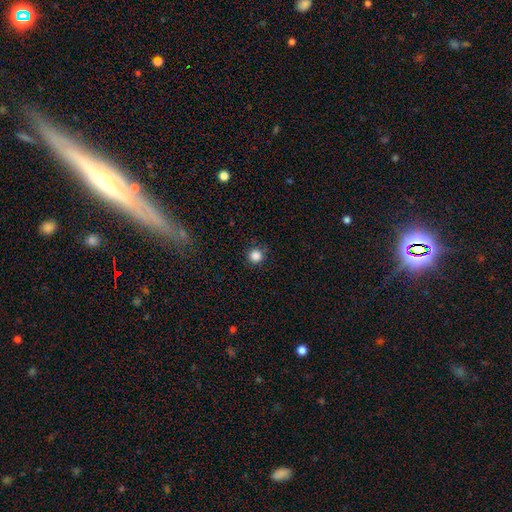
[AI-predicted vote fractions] This is clearly a smooth galaxy (85%). How rounded: clearly round (95%). Merging: clearly none (88%).